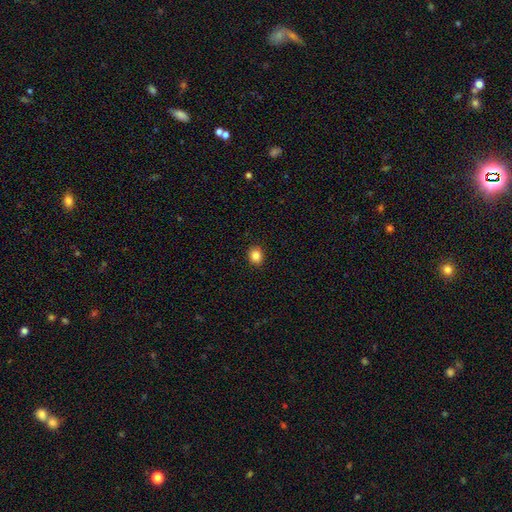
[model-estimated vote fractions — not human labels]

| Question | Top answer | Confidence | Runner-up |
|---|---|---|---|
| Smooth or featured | smooth | 84% | star or artifact (11%) |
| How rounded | round | 71% | in between (29%) |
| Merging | none | 91% | minor disturbance (6%) |